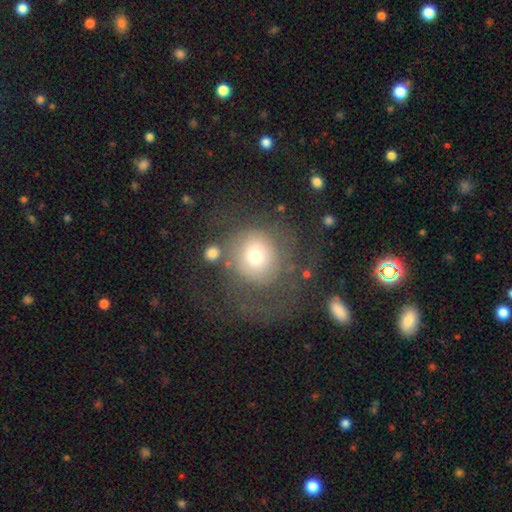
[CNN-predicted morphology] Q: Smooth or featured?
A: smooth (56%); runner-up: featured or disk (34%)
Q: How rounded?
A: round (87%); runner-up: in between (12%)
Q: Merging?
A: none (46%); runner-up: major disturbance (32%)